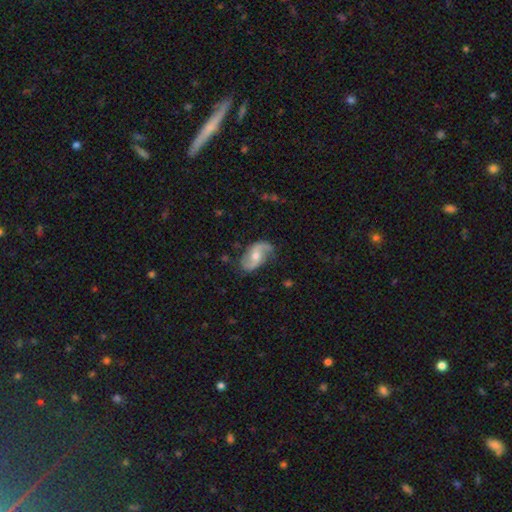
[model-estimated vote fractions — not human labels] Q: Smooth or featured?
A: featured or disk (83%); runner-up: smooth (11%)
Q: Edge-on disk?
A: no (97%); runner-up: yes (3%)
Q: Bar?
A: no (51%); runner-up: weak (38%)
Q: Spiral arms?
A: yes (95%); runner-up: no (5%)
Q: Spiral winding?
A: loose (55%); runner-up: medium (34%)
Q: Spiral arm count?
A: 2 (92%); runner-up: can't tell (3%)
Q: Bulge size?
A: moderate (65%); runner-up: small (28%)
Q: Merging?
A: none (76%); runner-up: minor disturbance (17%)